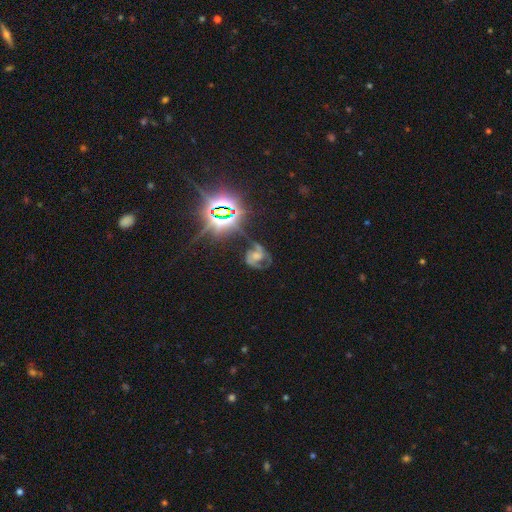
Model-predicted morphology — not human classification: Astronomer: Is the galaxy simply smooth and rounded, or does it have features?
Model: featured or disk — 63%.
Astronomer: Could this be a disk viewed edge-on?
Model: no — 96%.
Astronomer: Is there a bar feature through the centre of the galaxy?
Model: no — 58%.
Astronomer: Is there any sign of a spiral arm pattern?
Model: yes — 85%.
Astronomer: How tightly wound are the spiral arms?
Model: medium — 48% (runner-up: loose, 32%).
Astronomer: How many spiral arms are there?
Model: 2 — 73%.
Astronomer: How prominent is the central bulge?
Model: moderate — 32% (runner-up: none, 27%).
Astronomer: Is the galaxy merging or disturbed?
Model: none — 46% (runner-up: major disturbance, 26%).